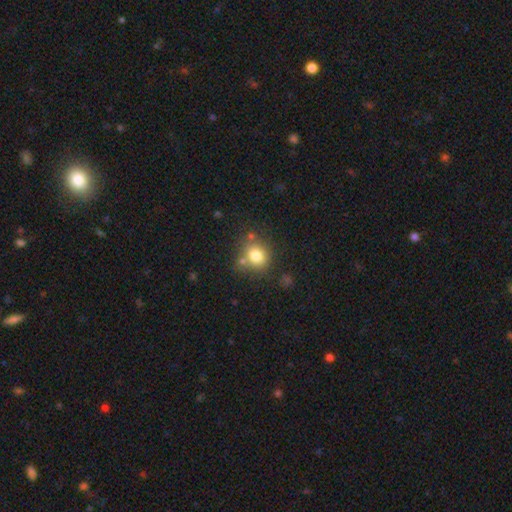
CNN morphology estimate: smooth-or-featured: smooth: 79% | star or artifact: 12% | featured or disk: 9%
  how-rounded: round: 78% | in between: 22% | cigar-shaped: 1%
  merging: none: 69% | merger: 13% | minor disturbance: 13% | major disturbance: 5%